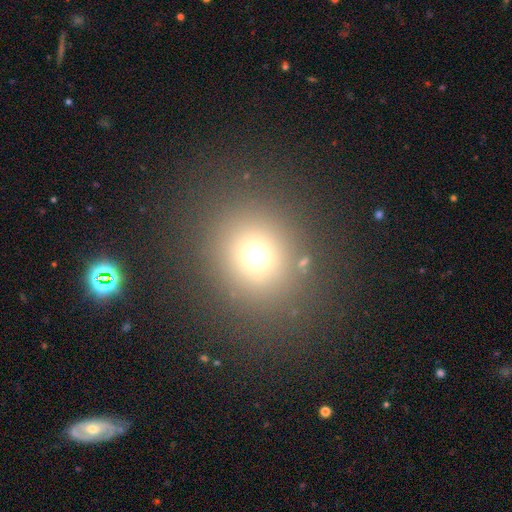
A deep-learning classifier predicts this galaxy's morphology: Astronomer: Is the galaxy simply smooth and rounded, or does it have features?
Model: smooth — 67%.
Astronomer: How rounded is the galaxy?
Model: round — 86%.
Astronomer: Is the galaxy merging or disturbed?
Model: none — 85%.